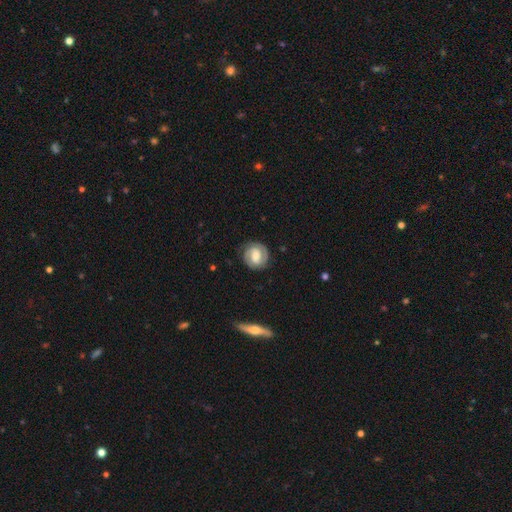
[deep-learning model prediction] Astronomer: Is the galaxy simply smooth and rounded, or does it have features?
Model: featured or disk — 74%.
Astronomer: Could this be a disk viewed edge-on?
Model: no — 97%.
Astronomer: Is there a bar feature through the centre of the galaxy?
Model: weak — 49% (runner-up: no, 27%).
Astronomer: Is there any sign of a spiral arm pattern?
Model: yes — 93%.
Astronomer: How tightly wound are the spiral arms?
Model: tight — 61%.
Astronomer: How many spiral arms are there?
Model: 2 — 84%.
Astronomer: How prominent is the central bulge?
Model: moderate — 51%.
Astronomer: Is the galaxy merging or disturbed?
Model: none — 82%.